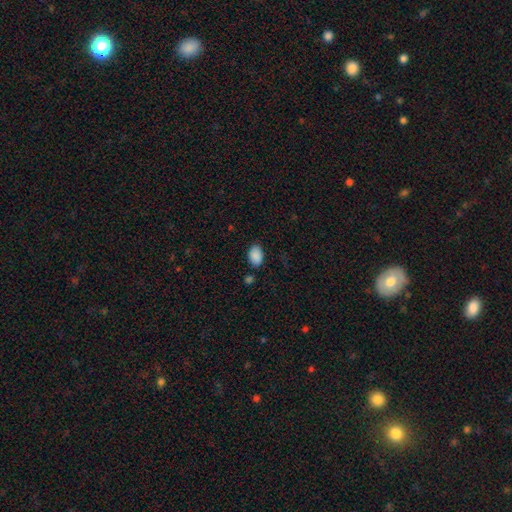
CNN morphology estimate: smooth-or-featured: smooth: 89% | star or artifact: 7% | featured or disk: 4%
  how-rounded: in between: 87% | round: 12% | cigar-shaped: 1%
  merging: none: 80% | minor disturbance: 13% | merger: 4% | major disturbance: 3%